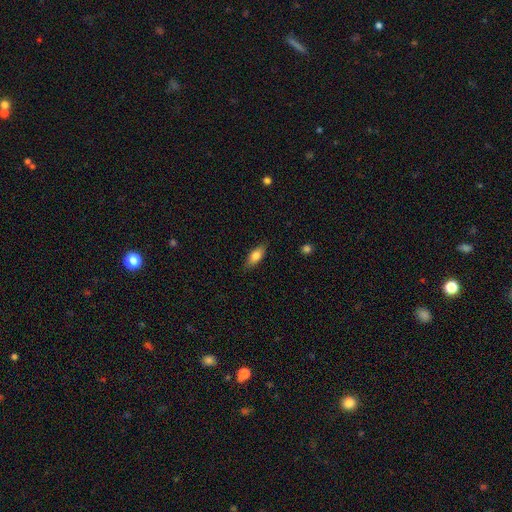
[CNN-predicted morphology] smooth-or-featured: smooth: 76% | featured or disk: 17% | star or artifact: 7%
  how-rounded: in between: 76% | cigar-shaped: 21% | round: 3%
  merging: none: 85% | minor disturbance: 12% | major disturbance: 2% | merger: 1%